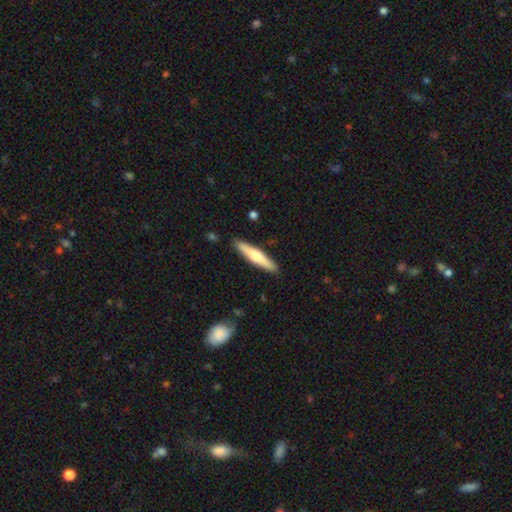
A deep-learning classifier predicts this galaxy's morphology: smooth-or-featured: smooth: 49% | featured or disk: 46% | star or artifact: 5%
  merging: none: 90% | minor disturbance: 7% | major disturbance: 2% | merger: 1%